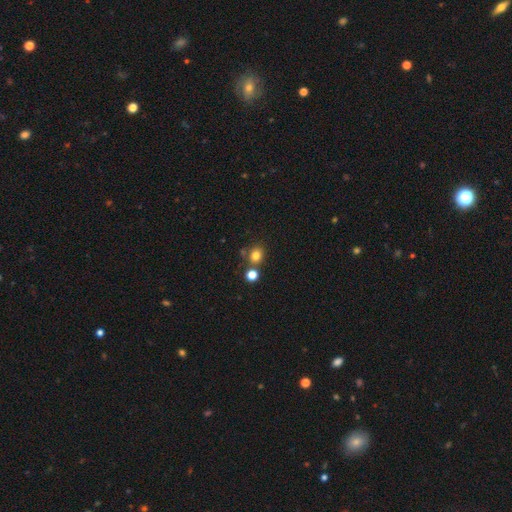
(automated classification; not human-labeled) A smooth galaxy with no disk features (78%) that is round (72%).

Vote fractions:
- Smooth or featured? smooth: 78% / star or artifact: 15% / featured or disk: 7%
- How rounded? round: 72% / in between: 27% / cigar-shaped: 1%
- Merging? none: 69% / merger: 17% / minor disturbance: 10% / major disturbance: 4%